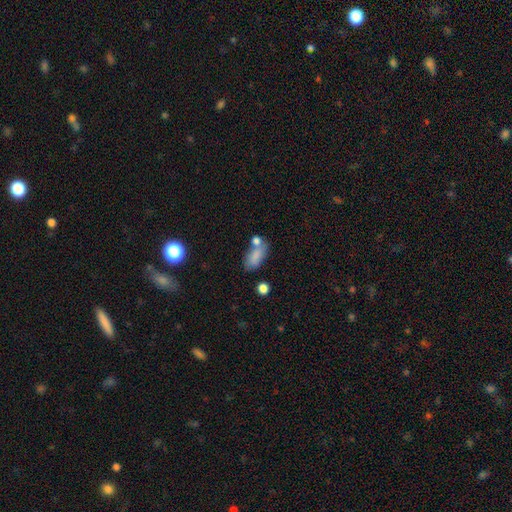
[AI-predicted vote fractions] Morphology: type=smooth (79%); roundness=in between (87%); merging=none (45%).